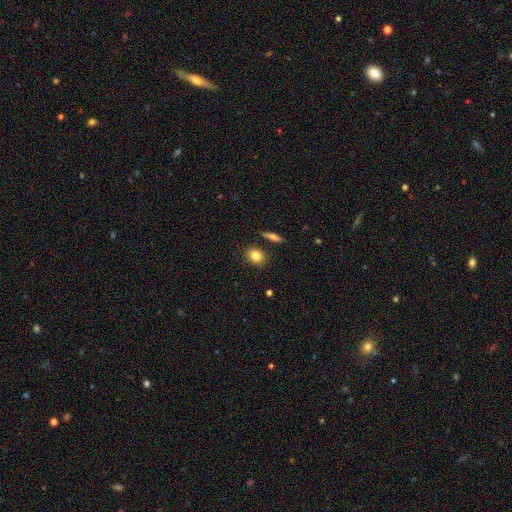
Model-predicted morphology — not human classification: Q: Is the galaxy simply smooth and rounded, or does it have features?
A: smooth — 82%.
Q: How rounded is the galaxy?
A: in between — 54%.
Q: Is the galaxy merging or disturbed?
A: none — 84%.